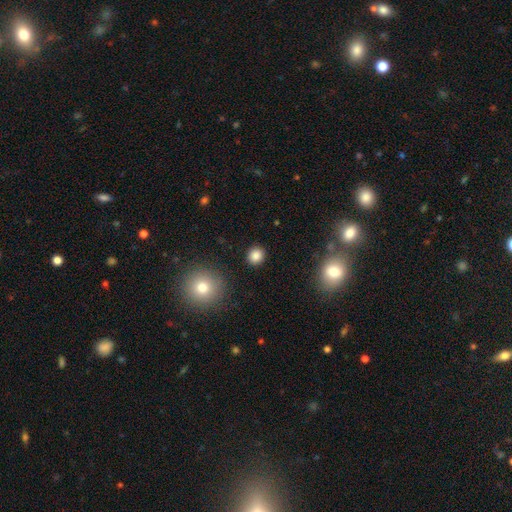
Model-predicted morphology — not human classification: A smooth galaxy with no disk features (85%) that is round (86%).

Vote fractions:
- Smooth or featured? smooth: 85% / star or artifact: 11% / featured or disk: 4%
- How rounded? round: 86% / in between: 13% / cigar-shaped: 1%
- Merging? none: 91% / minor disturbance: 6% / major disturbance: 2% / merger: 1%